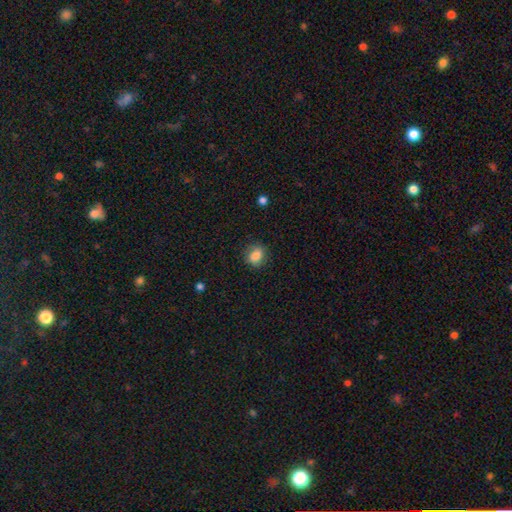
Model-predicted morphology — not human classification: Smooth or featured: smooth — 85% (star or artifact — 9%)
How rounded: round — 55% (in between — 43%)
Merging: none — 81% (minor disturbance — 14%)